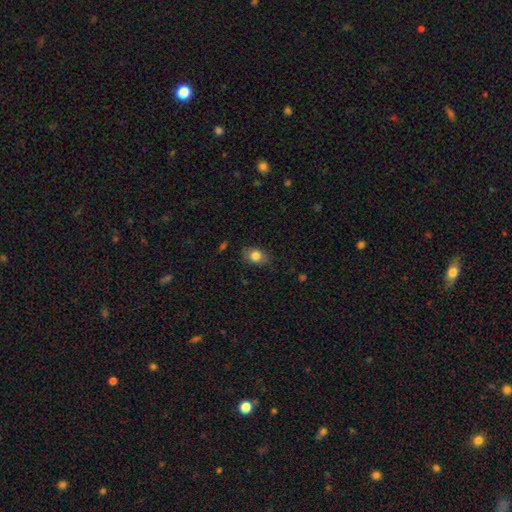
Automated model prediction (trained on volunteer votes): Q: Smooth or featured?
A: smooth (82%); runner-up: featured or disk (9%)
Q: How rounded?
A: in between (73%); runner-up: round (26%)
Q: Merging?
A: none (79%); runner-up: minor disturbance (16%)